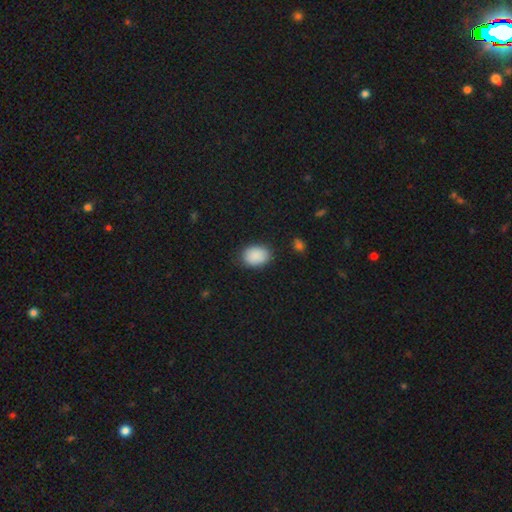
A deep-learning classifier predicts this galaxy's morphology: The model was most divided on "how rounded": in between: 72%, round: 27%, cigar-shaped: 1%. More confident: smooth or featured — smooth (90%); merging — none (84%).